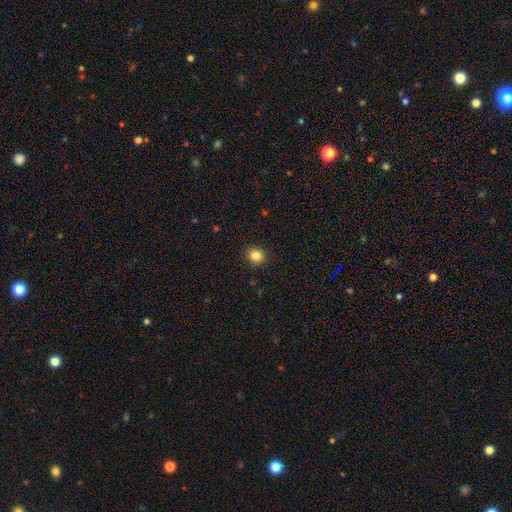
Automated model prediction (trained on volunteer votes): Morphology: type=smooth (85%); roundness=round (81%); merging=none (91%).